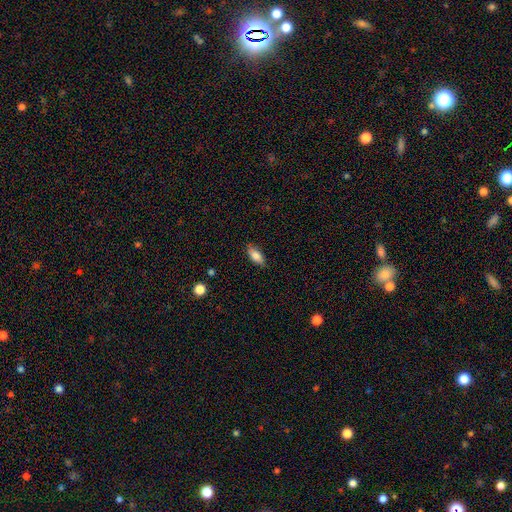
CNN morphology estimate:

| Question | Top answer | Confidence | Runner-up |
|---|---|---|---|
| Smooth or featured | smooth | 79% | featured or disk (13%) |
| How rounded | in between | 82% | cigar-shaped (15%) |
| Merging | none | 77% | minor disturbance (17%) |